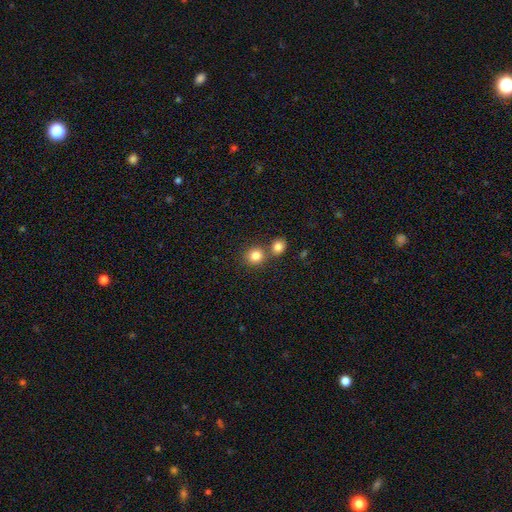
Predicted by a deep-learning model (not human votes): A smooth galaxy with no disk features (84%) that is round (85%). Merging: none (60%).